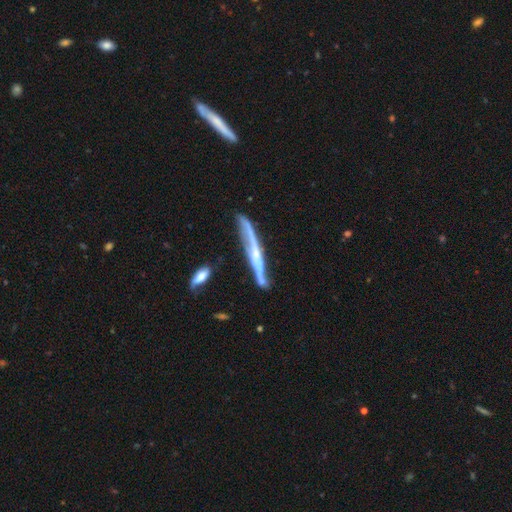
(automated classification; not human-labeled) Q: Smooth or featured?
A: featured or disk (75%); runner-up: smooth (19%)
Q: Edge-on disk?
A: yes (85%); runner-up: no (15%)
Q: Edge-on bulge?
A: rounded (45%); runner-up: none (43%)
Q: Merging?
A: none (64%); runner-up: minor disturbance (22%)